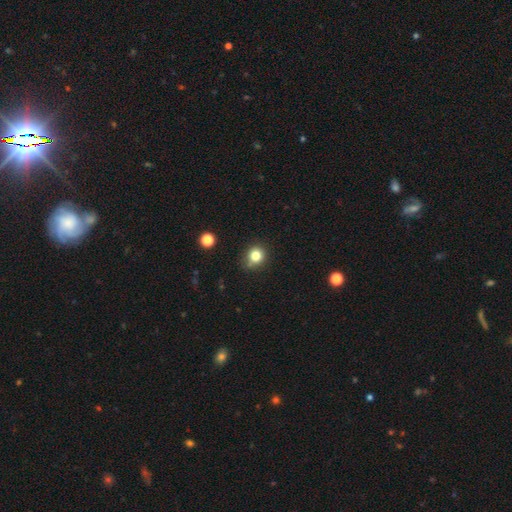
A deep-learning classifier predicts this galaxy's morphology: Smooth or featured? Predicted: smooth (p=0.81). How rounded? Predicted: round (p=0.83). Merging? Predicted: none (p=0.77).